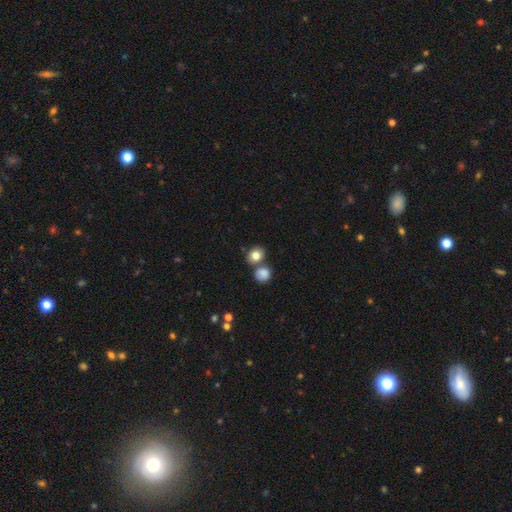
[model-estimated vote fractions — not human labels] Smooth or featured: smooth — 82% (star or artifact — 10%)
How rounded: round — 70% (in between — 29%)
Merging: none — 64% (merger — 23%)